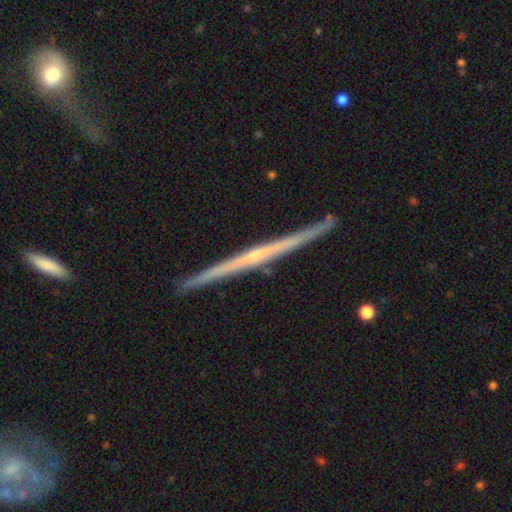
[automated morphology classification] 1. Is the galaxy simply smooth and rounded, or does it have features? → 81% featured or disk, 14% smooth, 5% star or artifact.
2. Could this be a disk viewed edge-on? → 98% yes, 2% no.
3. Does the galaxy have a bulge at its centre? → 49% none, 45% rounded, 6% boxy.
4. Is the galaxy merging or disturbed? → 91% none, 7% minor disturbance, 1% major disturbance, 1% merger.